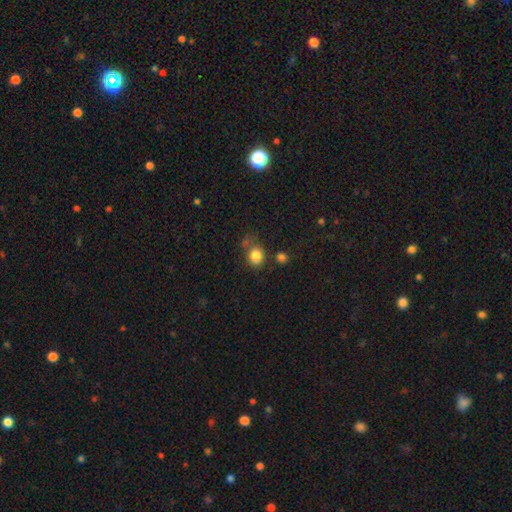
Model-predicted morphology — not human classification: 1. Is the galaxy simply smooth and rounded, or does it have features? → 83% smooth, 11% star or artifact, 6% featured or disk.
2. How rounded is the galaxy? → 62% round, 37% in between, 1% cigar-shaped.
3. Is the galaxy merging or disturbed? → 61% none, 18% minor disturbance, 14% merger, 7% major disturbance.